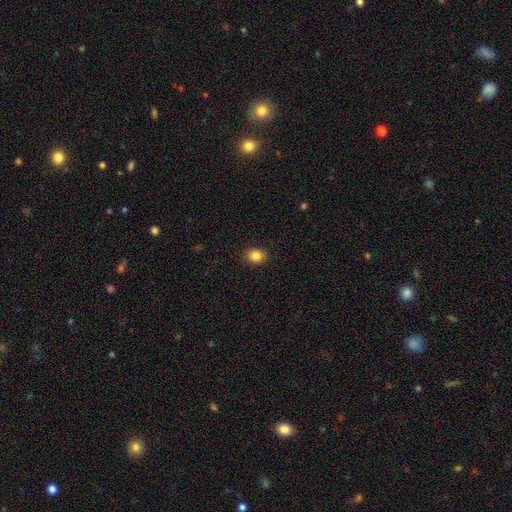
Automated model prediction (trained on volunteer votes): Morphology: type=smooth (85%); roundness=round (58%); merging=none (90%).